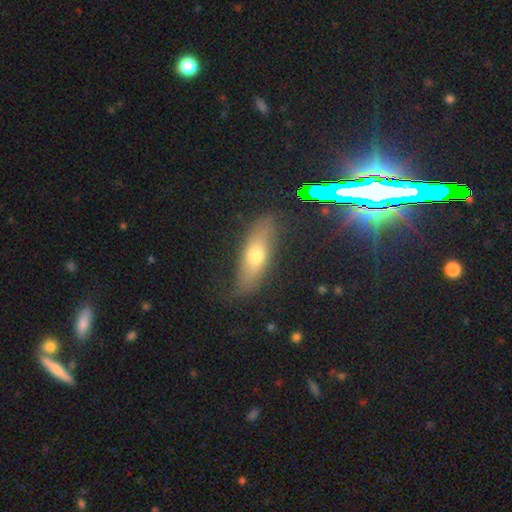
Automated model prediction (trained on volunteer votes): This appears to be a smooth galaxy with no disk features (52%) that is in between round and cigar-shaped (49%). Merging: none (76%).